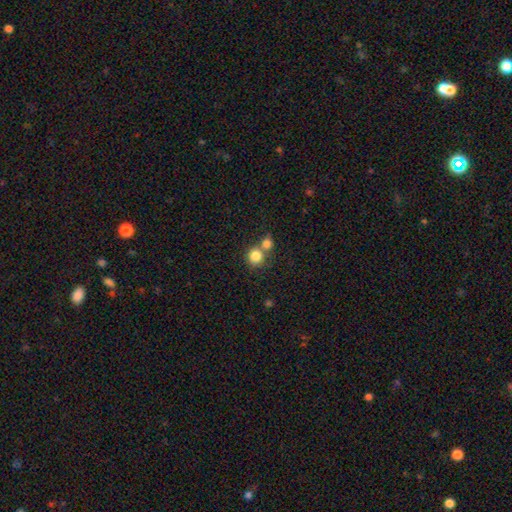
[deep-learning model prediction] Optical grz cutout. It shows a smooth galaxy with no disk features (82%) that is round (89%). Merging: none (50%).